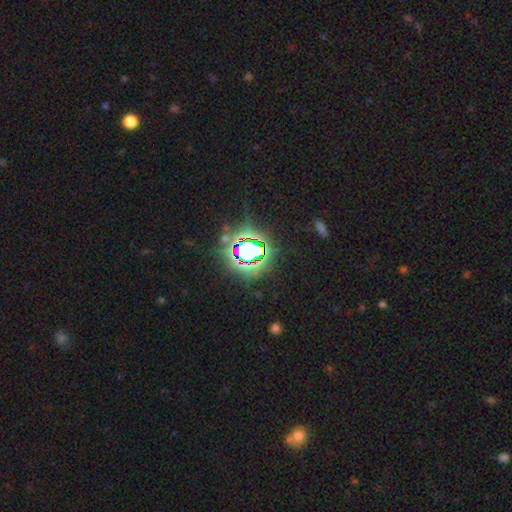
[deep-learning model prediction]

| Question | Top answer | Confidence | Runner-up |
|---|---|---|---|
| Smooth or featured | star or artifact | 72% | smooth (17%) |